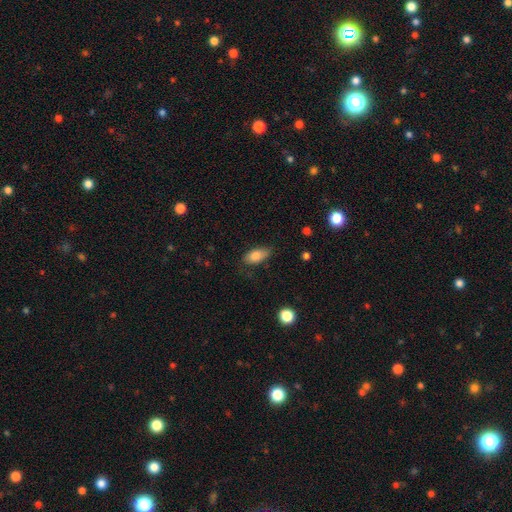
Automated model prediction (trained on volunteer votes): Morphology: type=smooth (82%); roundness=in between (87%); merging=none (72%).